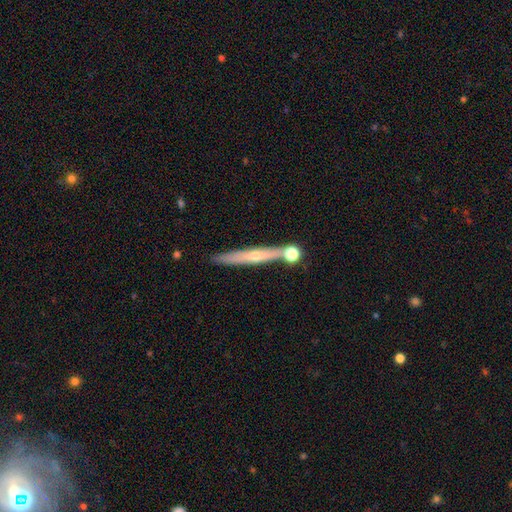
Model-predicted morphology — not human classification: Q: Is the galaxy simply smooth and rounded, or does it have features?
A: featured or disk — 55%.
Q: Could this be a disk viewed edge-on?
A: yes — 92%.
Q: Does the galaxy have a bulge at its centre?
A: rounded — 60%.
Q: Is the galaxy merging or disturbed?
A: none — 76%.